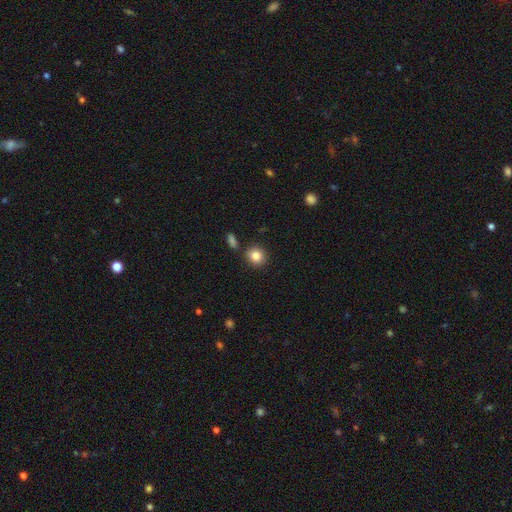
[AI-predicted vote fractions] Smooth or featured? Predicted: smooth (p=0.85). How rounded? Predicted: round (p=0.85). Merging? Predicted: none (p=0.83).